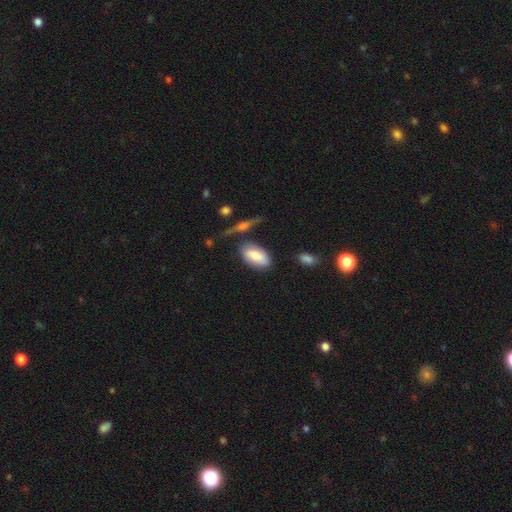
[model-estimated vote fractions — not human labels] A smooth galaxy with no disk features (76%) that is in between round and cigar-shaped (92%). Merging: none (65%).